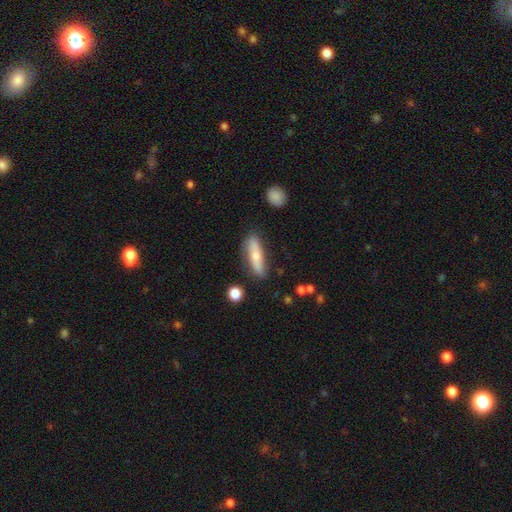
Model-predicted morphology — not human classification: Q: Smooth or featured?
A: smooth (60%); runner-up: featured or disk (33%)
Q: How rounded?
A: cigar-shaped (56%); runner-up: in between (41%)
Q: Merging?
A: none (76%); runner-up: minor disturbance (17%)